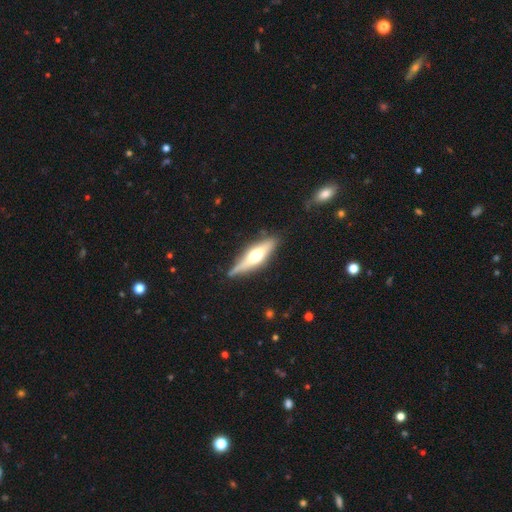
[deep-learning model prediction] Smooth or featured? Predicted: featured or disk (p=0.56). Edge-on disk? Predicted: yes (p=0.91). Edge-on bulge? Predicted: rounded (p=0.92). Merging? Predicted: none (p=0.79).